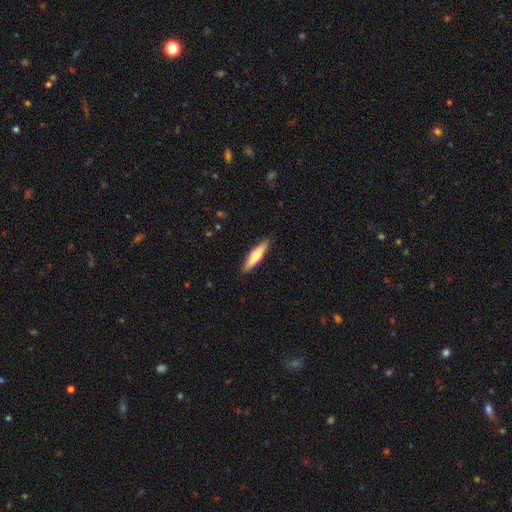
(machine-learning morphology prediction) This appears to be a smooth galaxy with no disk features (58%) that is cigar-shaped (82%). Merging: none (90%).